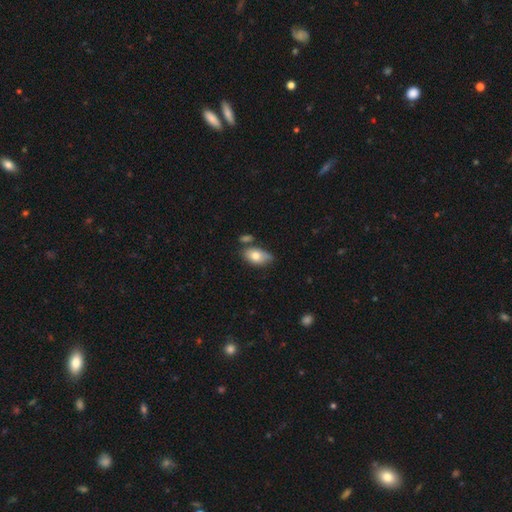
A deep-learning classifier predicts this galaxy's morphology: smooth-or-featured: smooth: 76% | featured or disk: 17% | star or artifact: 7%
  how-rounded: in between: 91% | round: 7% | cigar-shaped: 3%
  merging: none: 57% | minor disturbance: 24% | merger: 14% | major disturbance: 5%